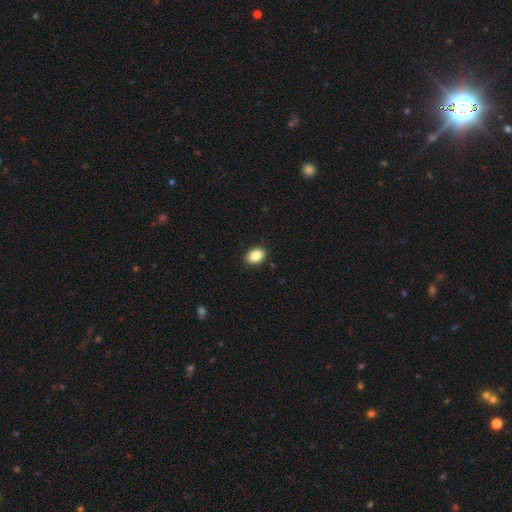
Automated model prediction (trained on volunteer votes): Morphology: type=smooth (87%); roundness=in between (74%); merging=none (90%).